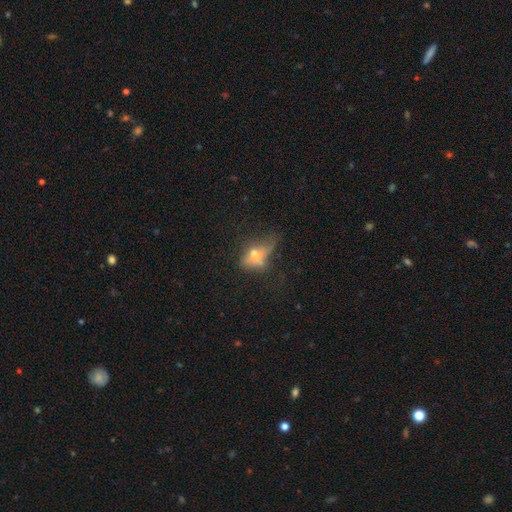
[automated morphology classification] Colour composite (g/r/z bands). It shows a smooth galaxy with no disk features (46%). Merging: none (30%).